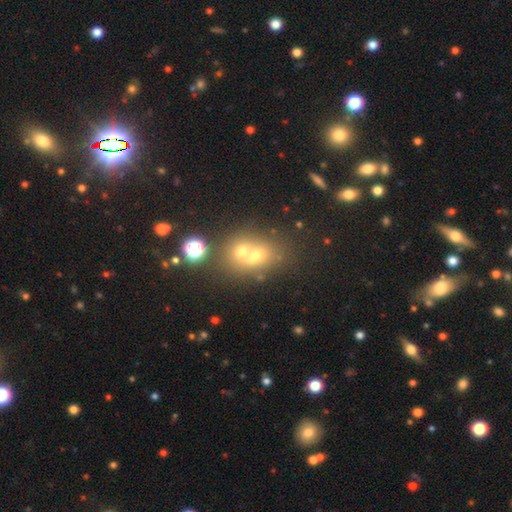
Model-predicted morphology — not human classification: smooth-or-featured: smooth: 57% | featured or disk: 25% | star or artifact: 18%
  how-rounded: round: 54% | in between: 45% | cigar-shaped: 1%
  merging: merger: 62% | none: 26% | minor disturbance: 7% | major disturbance: 5%